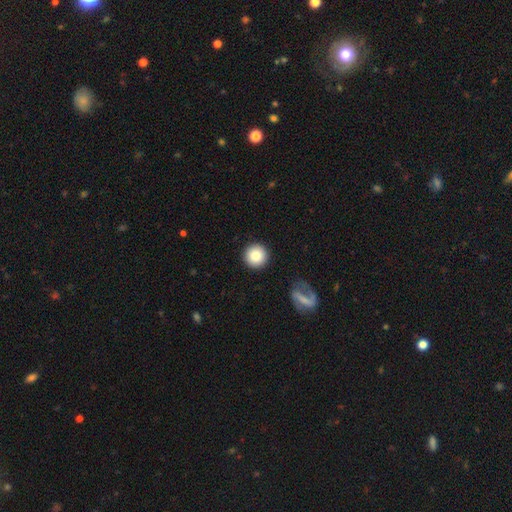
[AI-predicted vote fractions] A smooth galaxy with no disk features (83%) that is round (96%). Merging: none (91%).